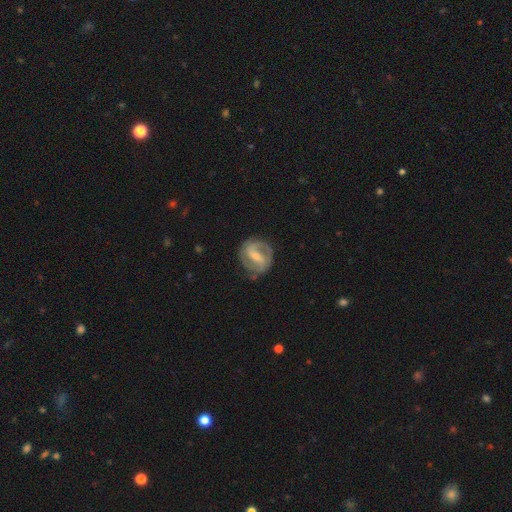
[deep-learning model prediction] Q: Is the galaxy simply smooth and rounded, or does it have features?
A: featured or disk — 80%.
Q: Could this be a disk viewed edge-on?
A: no — 97%.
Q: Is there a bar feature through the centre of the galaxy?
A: strong — 46%.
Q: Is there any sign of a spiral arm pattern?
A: yes — 90%.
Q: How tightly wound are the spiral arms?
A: medium — 46%.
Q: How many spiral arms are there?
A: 2 — 80%.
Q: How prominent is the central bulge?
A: small — 57%.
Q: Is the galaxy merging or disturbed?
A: none — 73%.